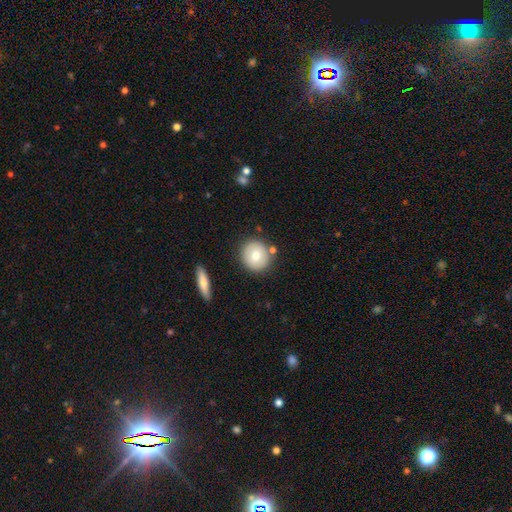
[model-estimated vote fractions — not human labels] Morphology: type=smooth (73%); roundness=round (90%); merging=none (80%).